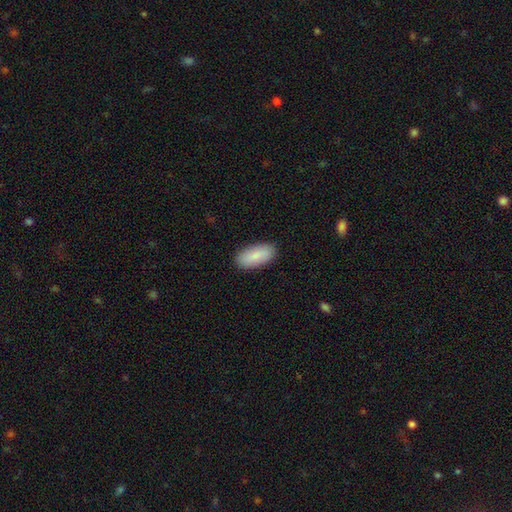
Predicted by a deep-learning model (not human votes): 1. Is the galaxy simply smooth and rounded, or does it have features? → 88% smooth, 6% featured or disk, 6% star or artifact.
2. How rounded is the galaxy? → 89% in between, 9% cigar-shaped, 2% round.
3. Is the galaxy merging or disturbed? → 89% none, 8% minor disturbance, 2% major disturbance, 1% merger.